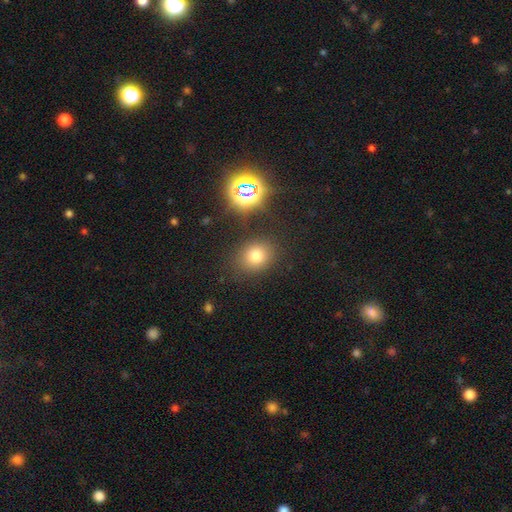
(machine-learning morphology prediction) Overall: smooth (75%). How rounded: round (63%; in between 36%). Merging: none (82%).